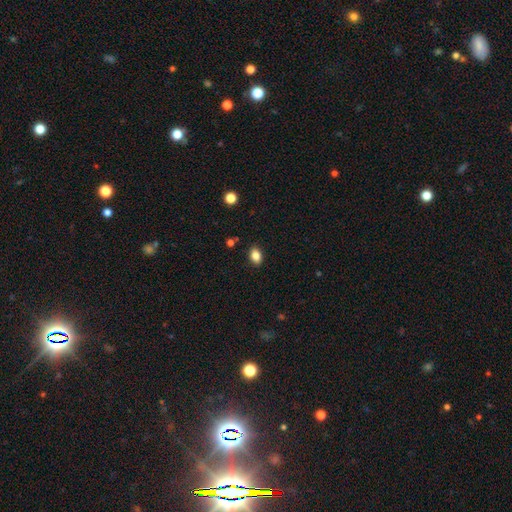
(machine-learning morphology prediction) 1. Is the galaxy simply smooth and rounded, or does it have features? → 84% smooth, 10% star or artifact, 6% featured or disk.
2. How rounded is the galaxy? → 78% in between, 21% round, 1% cigar-shaped.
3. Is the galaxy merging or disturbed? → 88% none, 8% minor disturbance, 2% major disturbance, 1% merger.